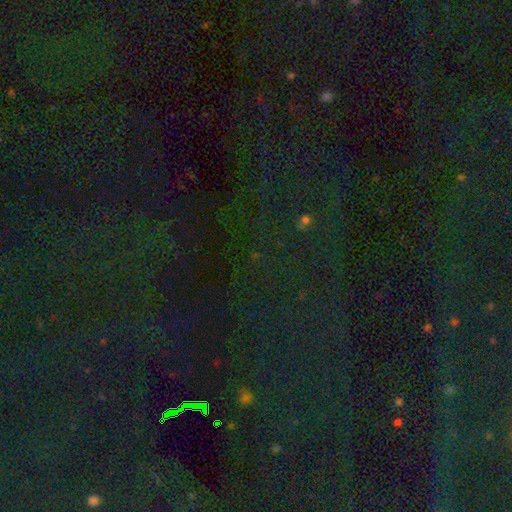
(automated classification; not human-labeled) Smooth or featured: star or artifact — 82% (smooth — 10%)